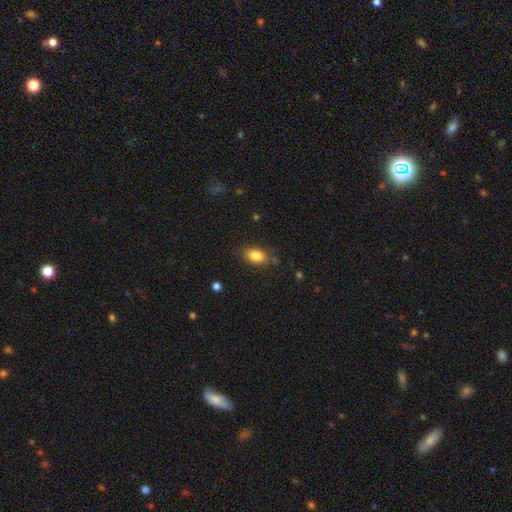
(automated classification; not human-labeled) This appears to be a smooth galaxy with no disk features (83%) that is in between round and cigar-shaped (84%). Merging: none (75%).